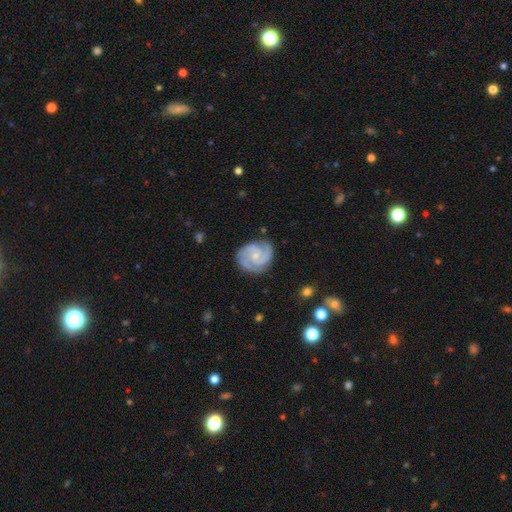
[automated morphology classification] Smooth or featured? featured or disk (89%)
Edge-on disk? no (98%)
Bar? no (60%)
Spiral arms? yes (98%)
Spiral winding? tight (52%)
Spiral arm count? 2 (51%)
Bulge size? small (67%)
Merging? none (79%)